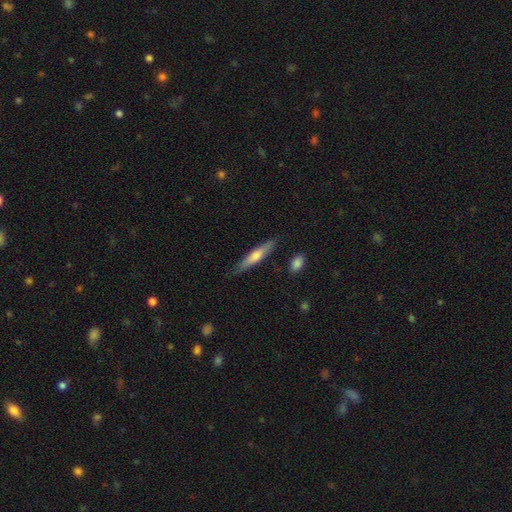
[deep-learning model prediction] This is possibly a smooth galaxy (58%). How rounded: clearly cigar-shaped (88%). Merging: clearly none (82%).